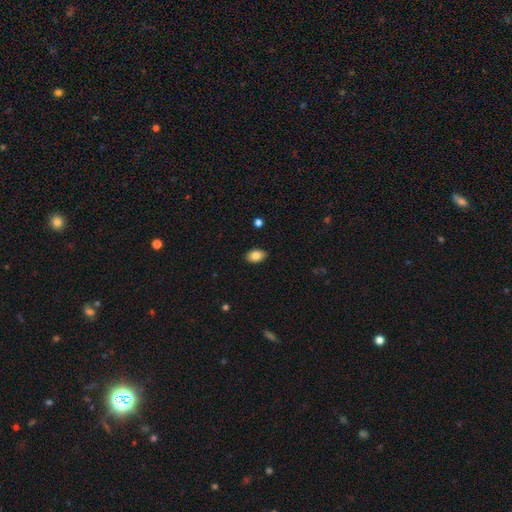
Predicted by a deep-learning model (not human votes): smooth_or_featured: smooth (p=0.84) [alt: featured or disk p=0.09]
how_rounded: in between (p=0.90) [alt: round p=0.08]
merging: none (p=0.89) [alt: minor disturbance p=0.08]